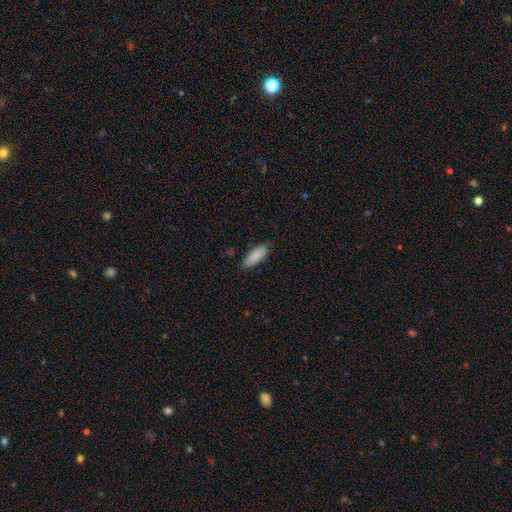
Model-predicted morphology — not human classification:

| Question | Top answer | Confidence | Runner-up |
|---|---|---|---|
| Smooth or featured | smooth | 87% | featured or disk (7%) |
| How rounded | in between | 71% | cigar-shaped (27%) |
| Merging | none | 85% | minor disturbance (12%) |